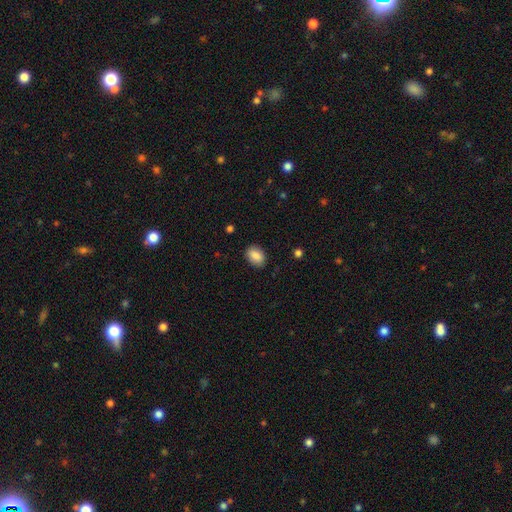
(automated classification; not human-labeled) Smooth or featured? smooth (87%)
How rounded? in between (80%)
Merging? none (86%)